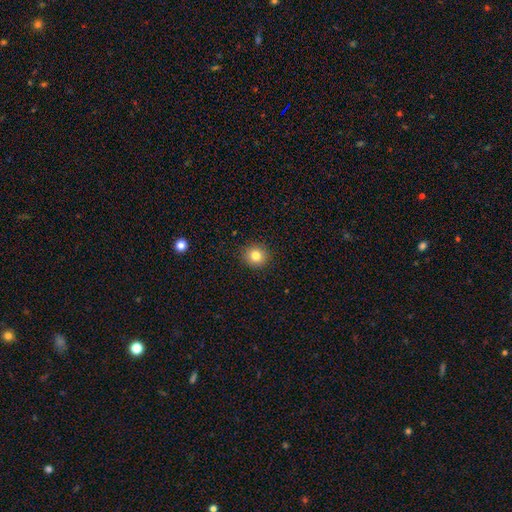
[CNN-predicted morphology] Smooth or featured?
  - smooth: 81% *
  - star or artifact: 11%
  - featured or disk: 7%
How rounded?
  - round: 89% *
  - in between: 10%
  - cigar-shaped: 1%
Merging?
  - none: 91% *
  - minor disturbance: 6%
  - major disturbance: 2%
  - merger: 1%